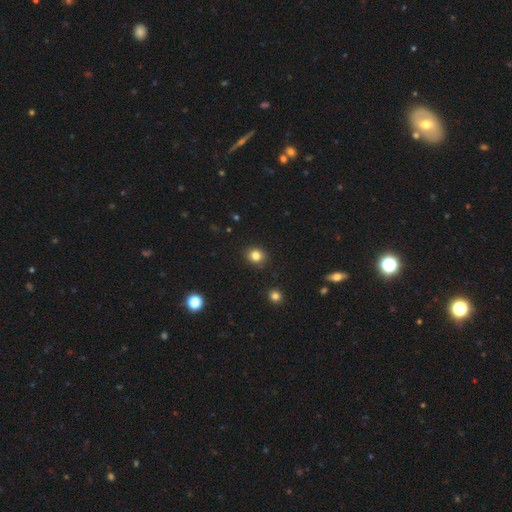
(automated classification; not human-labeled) Q: Smooth or featured?
A: smooth (83%); runner-up: star or artifact (12%)
Q: How rounded?
A: round (72%); runner-up: in between (27%)
Q: Merging?
A: none (89%); runner-up: minor disturbance (8%)